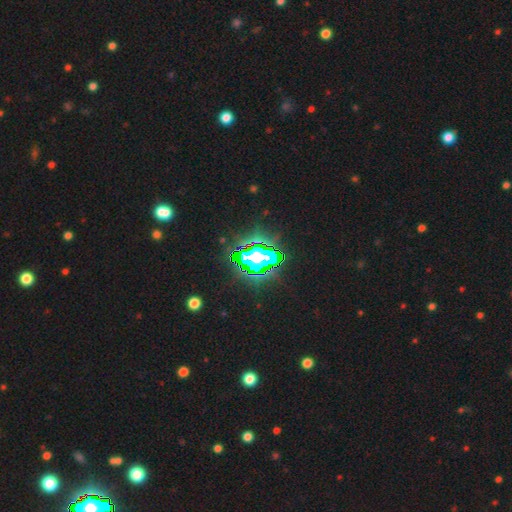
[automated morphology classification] star or artifact 71%, featured or disk 15%, smooth 15%.